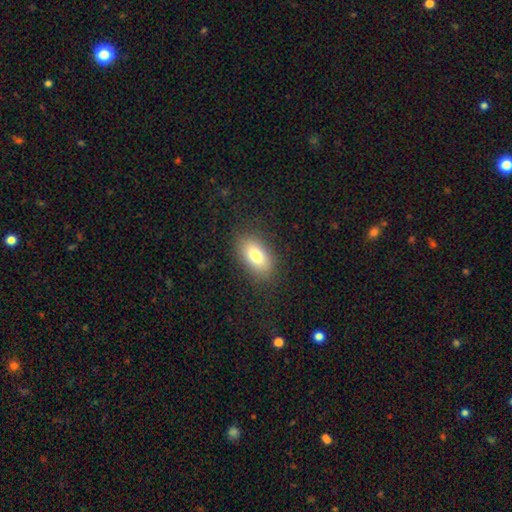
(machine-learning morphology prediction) Smooth or featured? Predicted: smooth (p=0.79). How rounded? Predicted: in between (p=0.90). Merging? Predicted: none (p=0.85).